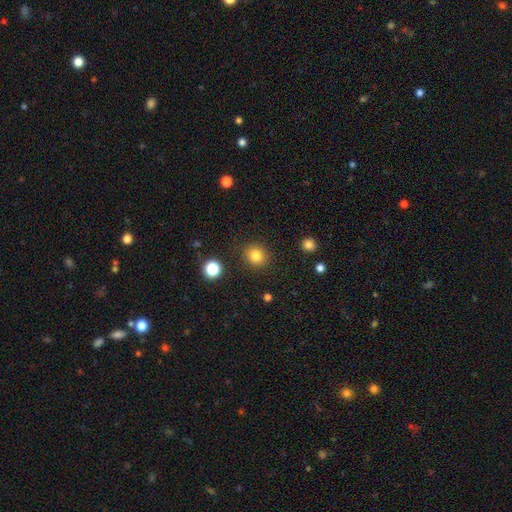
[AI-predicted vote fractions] Smooth or featured?
  - smooth: 83% *
  - star or artifact: 12%
  - featured or disk: 5%
How rounded?
  - round: 88% *
  - in between: 11%
  - cigar-shaped: 1%
Merging?
  - none: 89% *
  - minor disturbance: 7%
  - major disturbance: 3%
  - merger: 2%